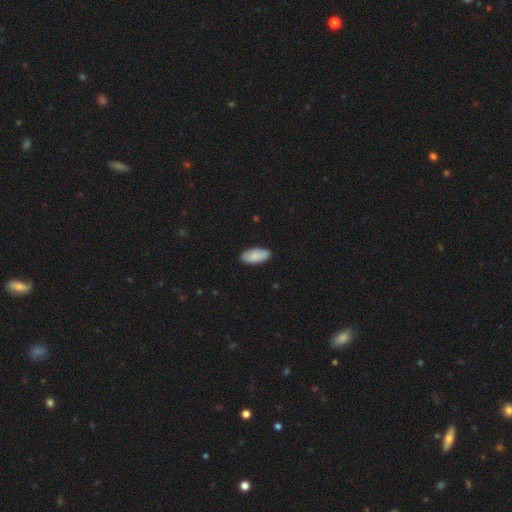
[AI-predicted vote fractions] Q: Smooth or featured?
A: smooth (85%); runner-up: featured or disk (9%)
Q: How rounded?
A: in between (92%); runner-up: cigar-shaped (6%)
Q: Merging?
A: none (83%); runner-up: minor disturbance (14%)